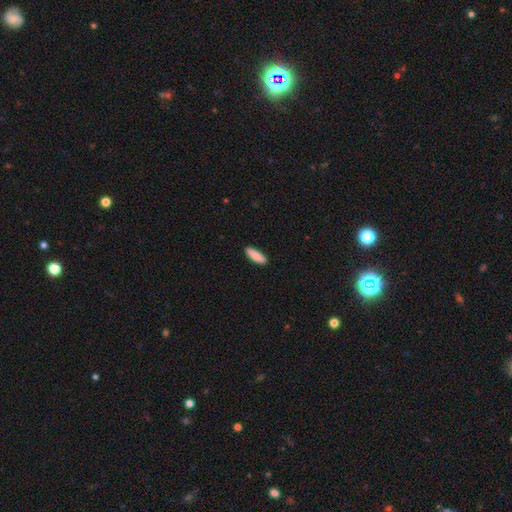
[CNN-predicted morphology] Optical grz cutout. It shows a smooth galaxy with no disk features (89%) that is in between round and cigar-shaped (49%, tied with cigar-shaped). Merging: none (90%).